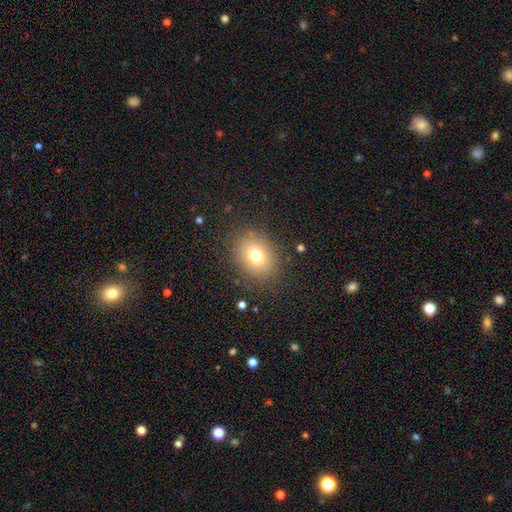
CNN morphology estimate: The model was most divided on "how rounded": in between: 56%, round: 43%, cigar-shaped: 1%. More confident: merging — none (84%); smooth or featured — smooth (74%).